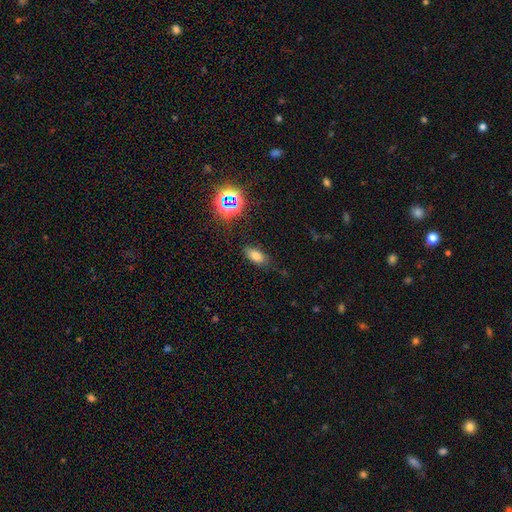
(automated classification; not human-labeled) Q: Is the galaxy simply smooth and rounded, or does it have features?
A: smooth — 71%.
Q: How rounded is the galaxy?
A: in between — 86%.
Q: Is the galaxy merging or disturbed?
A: none — 79%.